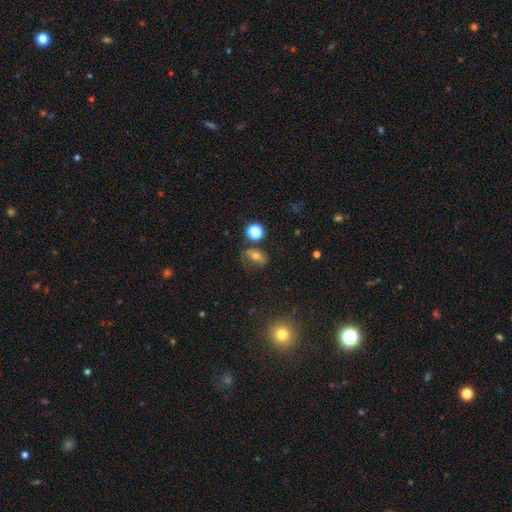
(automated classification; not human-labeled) smooth_or_featured: smooth (p=0.53) [alt: featured or disk p=0.30]
how_rounded: in between (p=0.68) [alt: round p=0.28]
merging: none (p=0.49) [alt: minor disturbance p=0.24]